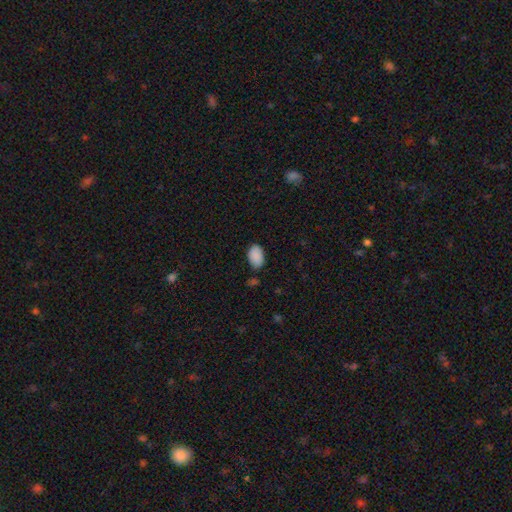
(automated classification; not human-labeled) smooth_or_featured: smooth (p=0.89) [alt: star or artifact p=0.07]
how_rounded: in between (p=0.91) [alt: round p=0.08]
merging: none (p=0.77) [alt: minor disturbance p=0.16]